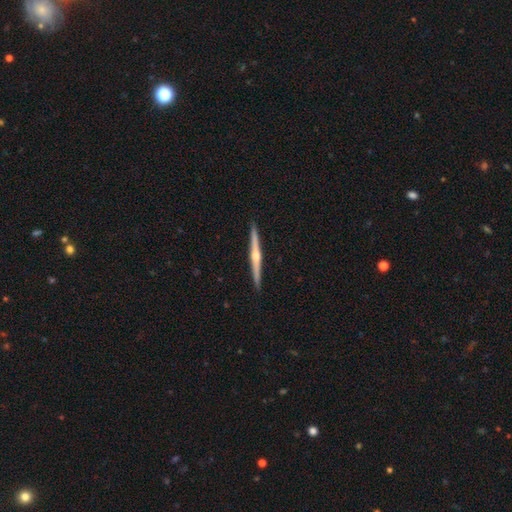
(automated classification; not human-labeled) This is likely a featured or disk galaxy (78%). It is clearly viewed edge-on (99%). Edge-on bulge: clearly rounded (89%). Merging: clearly none (93%).